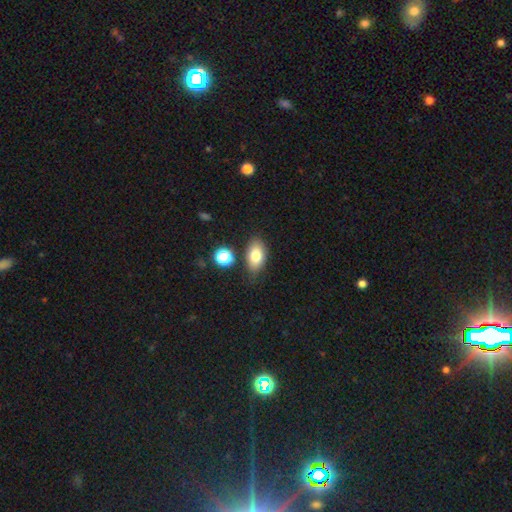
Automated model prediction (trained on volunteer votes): Smooth or featured? smooth (79%)
How rounded? in between (89%)
Merging? none (76%)